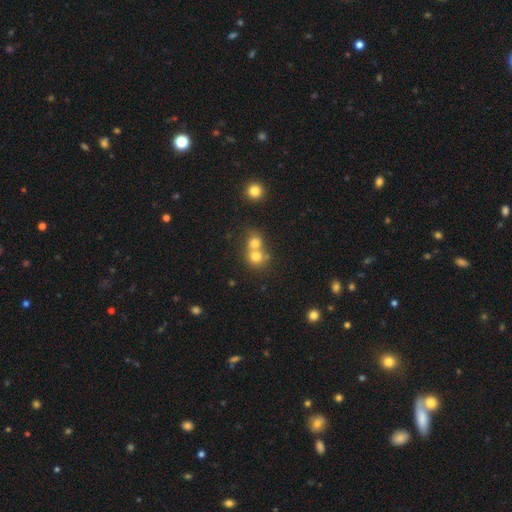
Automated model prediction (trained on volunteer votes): smooth_or_featured: smooth (p=0.74) [alt: featured or disk p=0.13]
how_rounded: round (p=0.81) [alt: in between p=0.18]
merging: merger (p=0.62) [alt: none p=0.30]